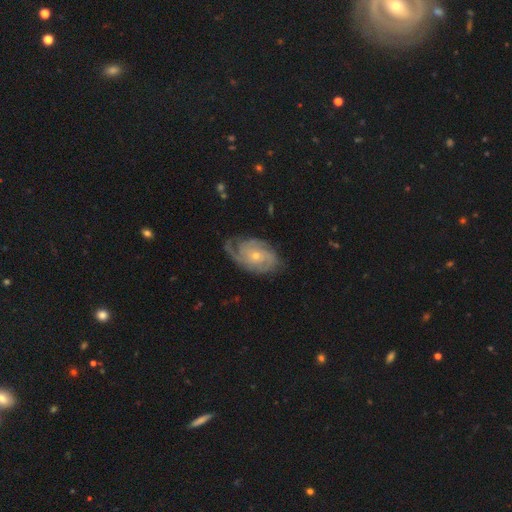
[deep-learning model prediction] A featured or disk galaxy (82%) with no bar (75%), tight (62%) spiral arms (96%) and a small central bulge (63%).

Vote fractions:
- Smooth or featured? featured or disk: 82% / smooth: 12% / star or artifact: 6%
- Edge-on disk? no: 96% / yes: 4%
- Bar? no: 75% / weak: 21% / strong: 4%
- Spiral arms? yes: 96% / no: 4%
- Spiral winding? tight: 62% / medium: 30% / loose: 8%
- Spiral arm count? can't tell: 27% / 3: 26% / 2: 24% / 4: 10% / 1: 6% / more than 4: 5%
- Bulge size? small: 63% / moderate: 34% / none: 1% / large: 1% / dominant: 1%
- Merging? none: 68% / minor disturbance: 22% / major disturbance: 8% / merger: 1%